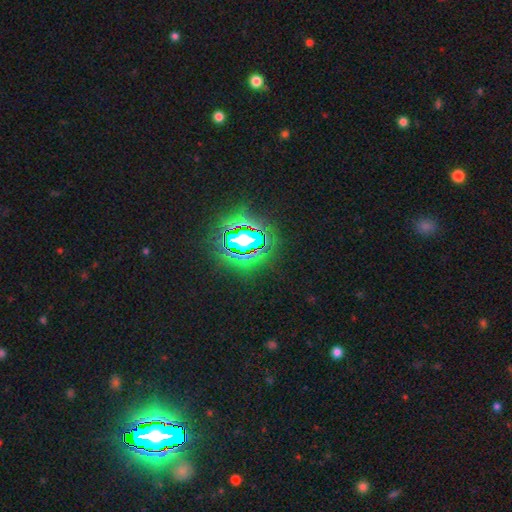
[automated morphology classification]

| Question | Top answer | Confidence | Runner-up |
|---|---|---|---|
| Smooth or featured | star or artifact | 78% | smooth (12%) |